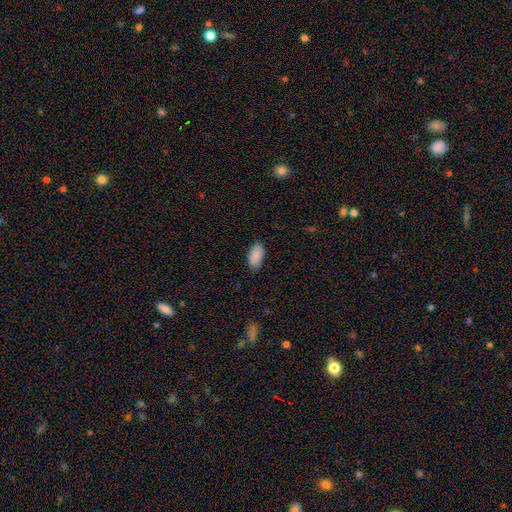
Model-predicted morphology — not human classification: type=smooth (89%); roundness=in between (94%); merging=none (84%).